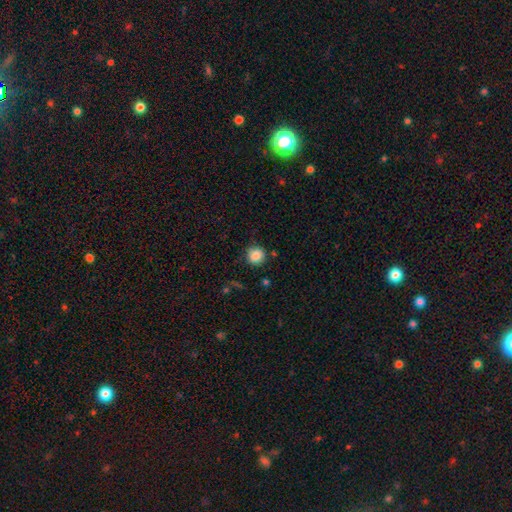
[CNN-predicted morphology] smooth-or-featured: smooth: 86% | star or artifact: 10% | featured or disk: 4%
  how-rounded: round: 91% | in between: 8% | cigar-shaped: 1%
  merging: none: 81% | minor disturbance: 13% | major disturbance: 3% | merger: 3%